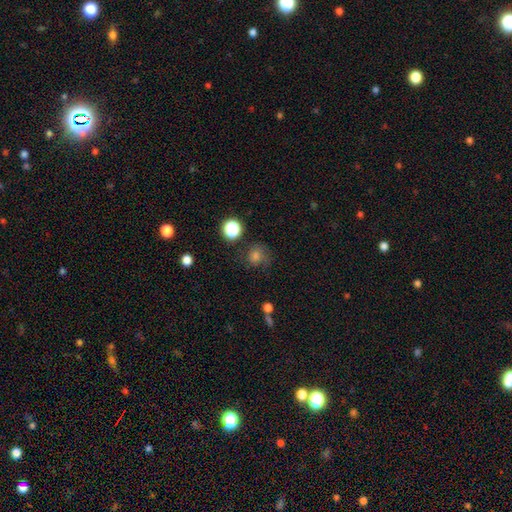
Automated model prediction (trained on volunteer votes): A smooth galaxy with no disk features (67%) that is round (84%).

Vote fractions:
- Smooth or featured? smooth: 67% / star or artifact: 21% / featured or disk: 12%
- How rounded? round: 84% / in between: 15% / cigar-shaped: 1%
- Merging? none: 68% / minor disturbance: 19% / major disturbance: 9% / merger: 3%